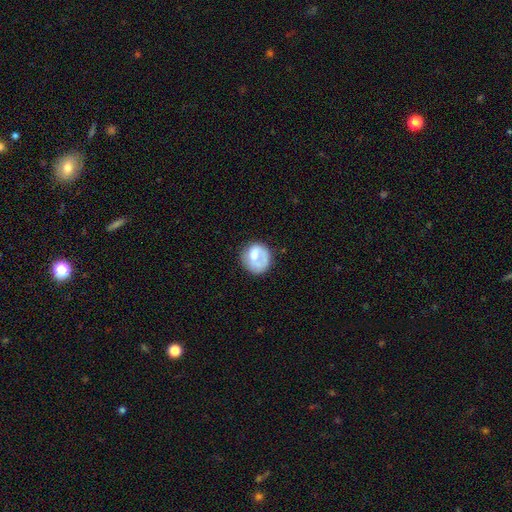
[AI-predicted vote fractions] A smooth galaxy with no disk features (63%) that is round (77%). Merging: none (58%).